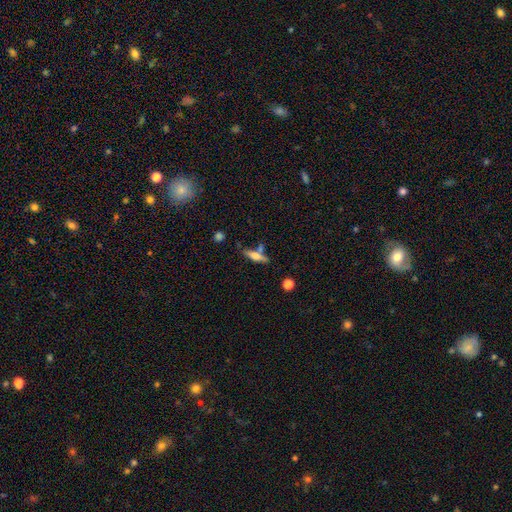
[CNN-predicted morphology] smooth 52%, featured or disk 41%, star or artifact 7%. Down the decision tree: how rounded — cigar-shaped (75%); merging — none (67%).